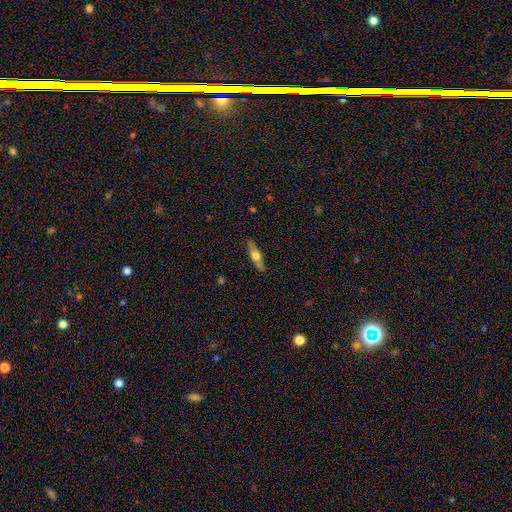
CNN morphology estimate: smooth_or_featured: featured or disk (p=0.51) [alt: smooth p=0.43]
disk_edge_on: yes (p=0.90) [alt: no p=0.10]
merging: none (p=0.87) [alt: minor disturbance p=0.09]